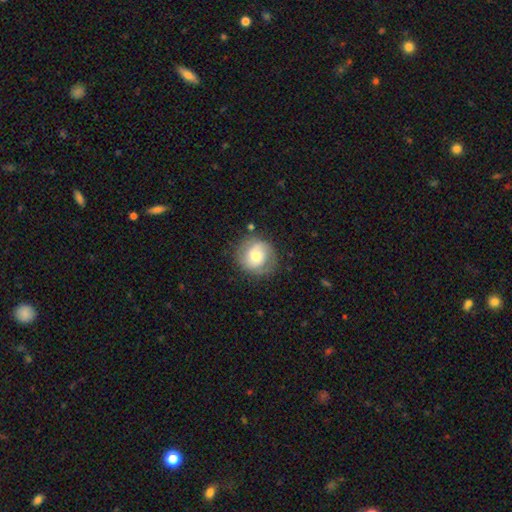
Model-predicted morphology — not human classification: Smooth or featured? Predicted: smooth (p=0.50). How rounded? Predicted: round (p=0.87). Merging? Predicted: none (p=0.73).